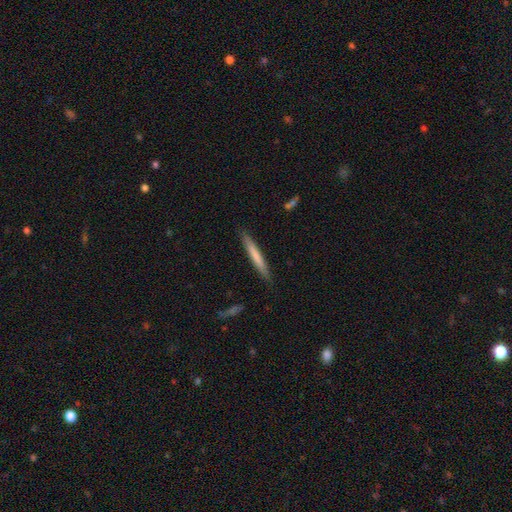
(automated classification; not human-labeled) A smooth galaxy with no disk features (69%) that is cigar-shaped (96%).

Vote fractions:
- Smooth or featured? smooth: 69% / featured or disk: 25% / star or artifact: 5%
- How rounded? cigar-shaped: 96% / in between: 3% / round: 1%
- Merging? none: 89% / minor disturbance: 8% / major disturbance: 2% / merger: 1%